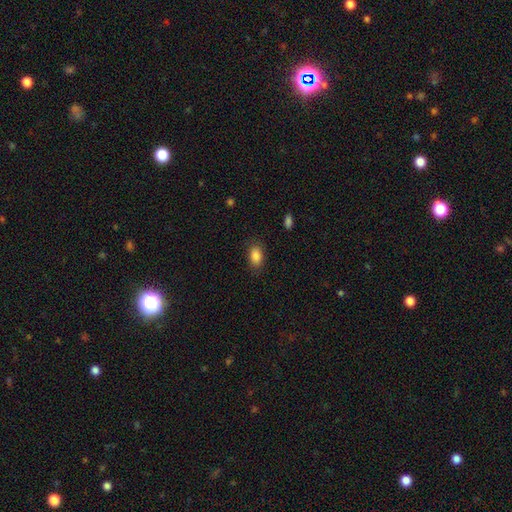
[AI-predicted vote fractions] smooth 87%, star or artifact 8%, featured or disk 5%. Down the decision tree: how rounded — in between (87%); merging — none (84%).